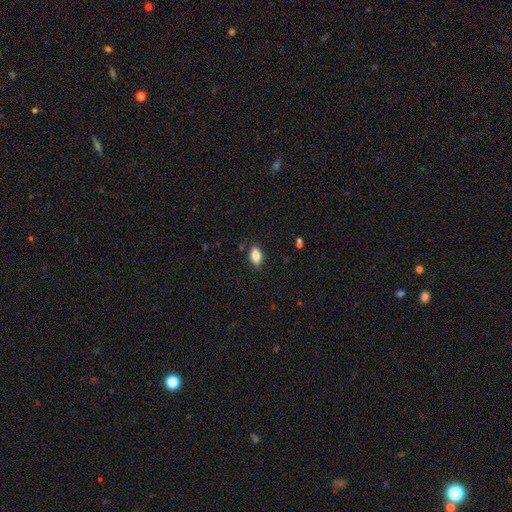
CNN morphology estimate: A smooth galaxy with no disk features (82%) that is in between round and cigar-shaped (88%).

Vote fractions:
- Smooth or featured? smooth: 82% / featured or disk: 10% / star or artifact: 8%
- How rounded? in between: 88% / cigar-shaped: 7% / round: 5%
- Merging? none: 85% / minor disturbance: 12% / major disturbance: 2% / merger: 1%